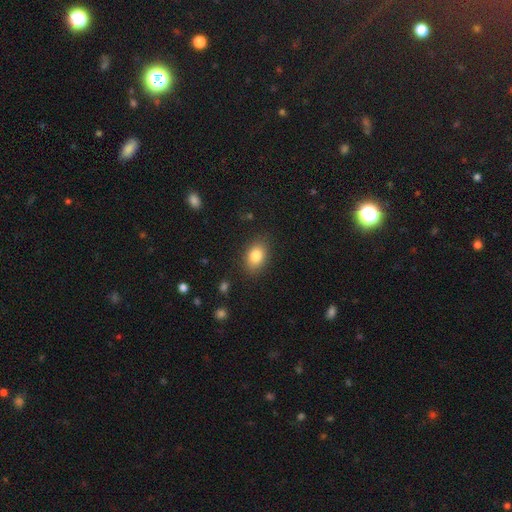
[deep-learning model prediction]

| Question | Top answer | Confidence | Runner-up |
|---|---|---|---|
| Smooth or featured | smooth | 83% | featured or disk (9%) |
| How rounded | in between | 80% | round (18%) |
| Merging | none | 84% | minor disturbance (11%) |